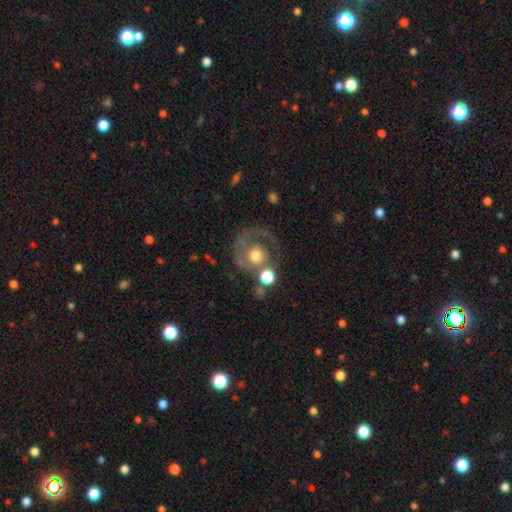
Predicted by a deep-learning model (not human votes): Smooth or featured? Predicted: featured or disk (p=0.55). Edge-on disk? Predicted: no (p=0.97). Bar? Predicted: no (p=0.86). Spiral arms? Predicted: no (p=0.51). Bulge size? Predicted: moderate (p=0.66). Merging? Predicted: none (p=0.50).